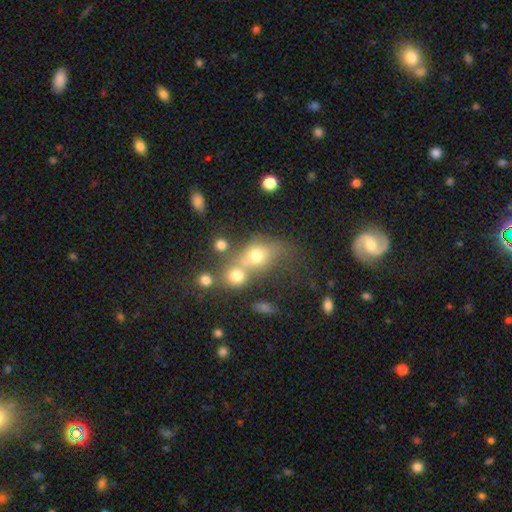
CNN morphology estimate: Smooth or featured? Predicted: smooth (p=0.64). How rounded? Predicted: round (p=0.50). Merging? Predicted: merger (p=0.47).